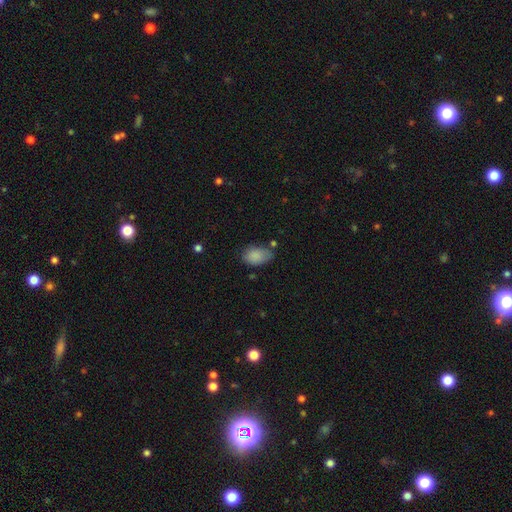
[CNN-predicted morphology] This is clearly a smooth galaxy (86%). How rounded: clearly in between (88%). Merging: likely none (60%).